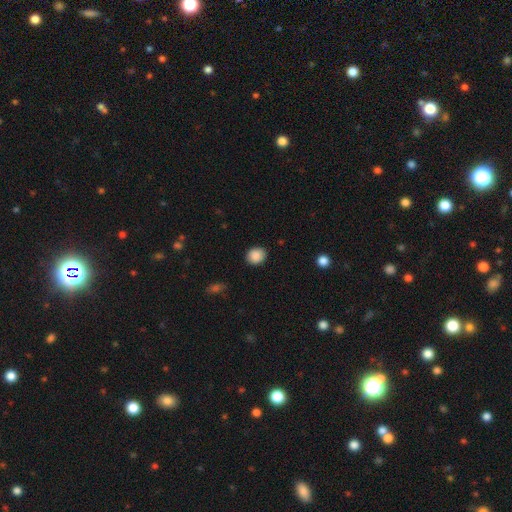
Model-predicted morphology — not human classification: smooth_or_featured: smooth (p=0.88) [alt: star or artifact p=0.08]
how_rounded: round (p=0.62) [alt: in between p=0.37]
merging: none (p=0.88) [alt: minor disturbance p=0.09]